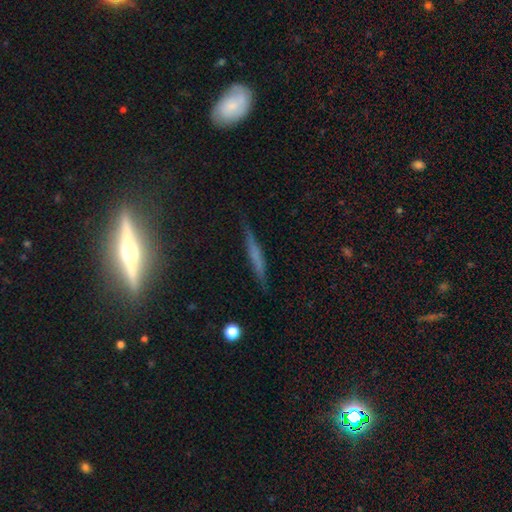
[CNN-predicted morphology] type=smooth (45%); merging=none (84%).